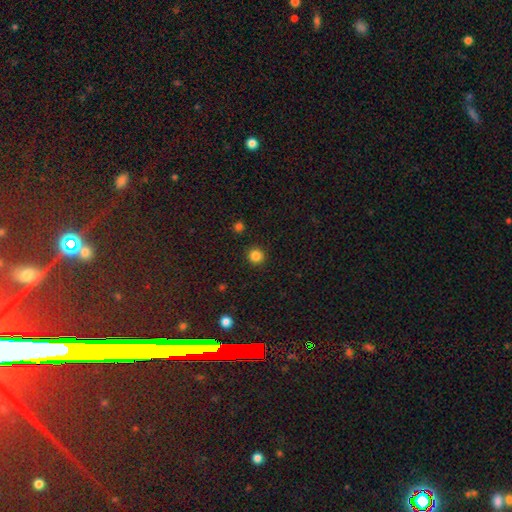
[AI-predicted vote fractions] smooth-or-featured: smooth: 84% | star or artifact: 12% | featured or disk: 4%
  how-rounded: round: 94% | in between: 5% | cigar-shaped: 1%
  merging: none: 92% | minor disturbance: 5% | major disturbance: 2% | merger: 1%